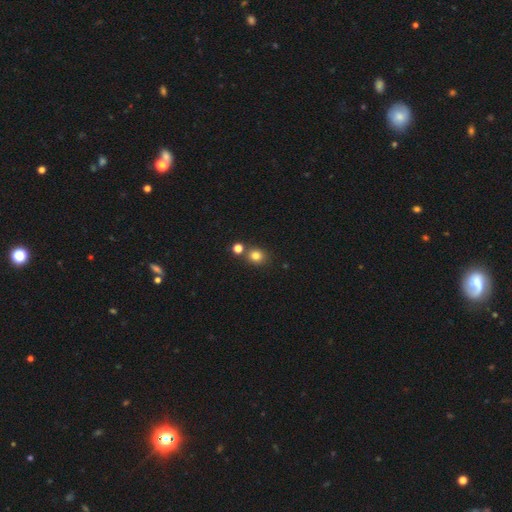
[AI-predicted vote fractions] Q: Smooth or featured?
A: smooth (80%); runner-up: star or artifact (14%)
Q: How rounded?
A: round (77%); runner-up: in between (22%)
Q: Merging?
A: none (72%); runner-up: merger (16%)